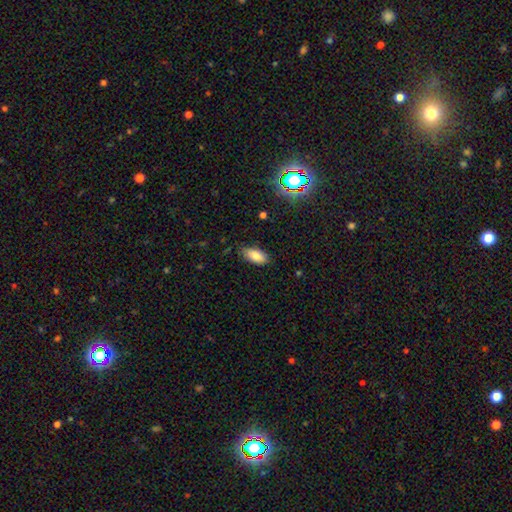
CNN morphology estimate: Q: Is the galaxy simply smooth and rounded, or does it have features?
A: smooth — 83%.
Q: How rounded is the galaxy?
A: in between — 91%.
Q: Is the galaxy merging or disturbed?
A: none — 78%.